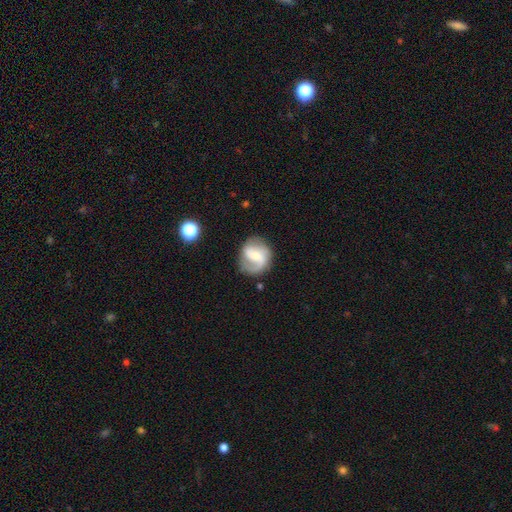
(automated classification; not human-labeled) Smooth or featured? Predicted: featured or disk (p=0.71). Edge-on disk? Predicted: no (p=0.98). Bar? Predicted: weak (p=0.47). Spiral arms? Predicted: yes (p=0.92). Spiral winding? Predicted: medium (p=0.46). Spiral arm count? Predicted: 2 (p=0.70). Bulge size? Predicted: small (p=0.46). Merging? Predicted: none (p=0.70).